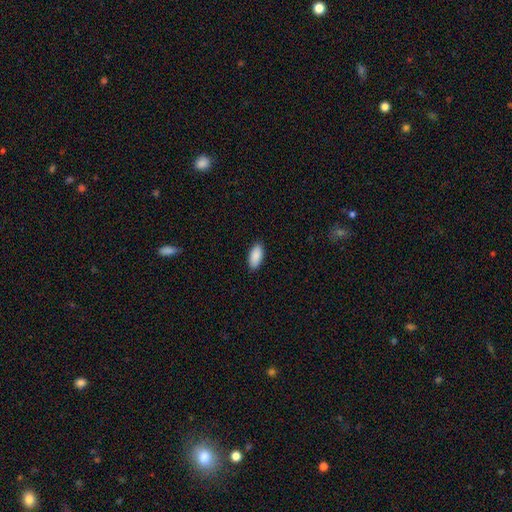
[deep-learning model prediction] smooth-or-featured: smooth: 91% | star or artifact: 6% | featured or disk: 4%
  how-rounded: in between: 92% | cigar-shaped: 6% | round: 2%
  merging: none: 89% | minor disturbance: 8% | major disturbance: 2% | merger: 1%